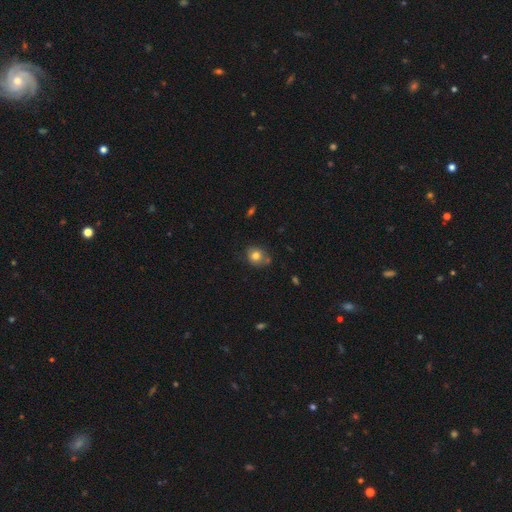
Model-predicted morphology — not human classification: The model was most divided on "how rounded": round: 69%, in between: 30%, cigar-shaped: 1%. More confident: smooth or featured — smooth (78%); merging — none (69%).